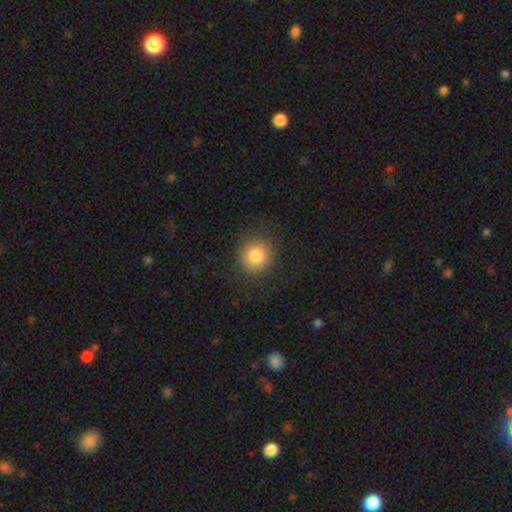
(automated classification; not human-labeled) A smooth galaxy with no disk features (83%) that is round (91%).

Vote fractions:
- Smooth or featured? smooth: 83% / star or artifact: 11% / featured or disk: 7%
- How rounded? round: 91% / in between: 8% / cigar-shaped: 1%
- Merging? none: 88% / minor disturbance: 8% / major disturbance: 3% / merger: 1%